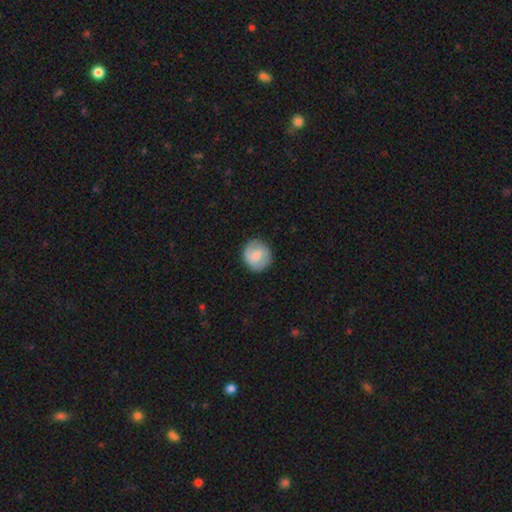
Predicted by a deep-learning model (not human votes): Smooth or featured: smooth — 68% (featured or disk — 26%)
How rounded: round — 92% (in between — 7%)
Merging: none — 87% (minor disturbance — 9%)